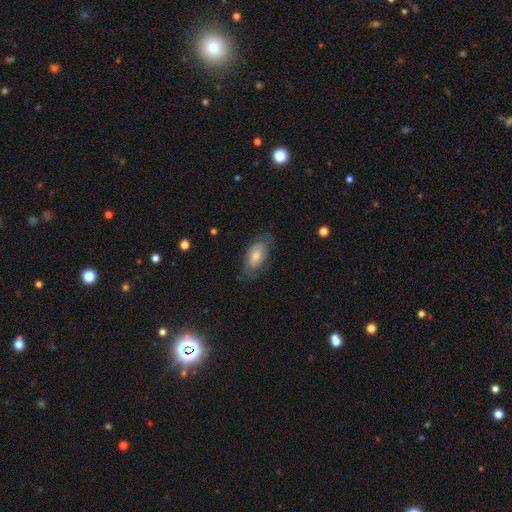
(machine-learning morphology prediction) Q: Smooth or featured?
A: featured or disk (45%); runner-up: smooth (44%)
Q: Merging?
A: none (73%); runner-up: minor disturbance (19%)